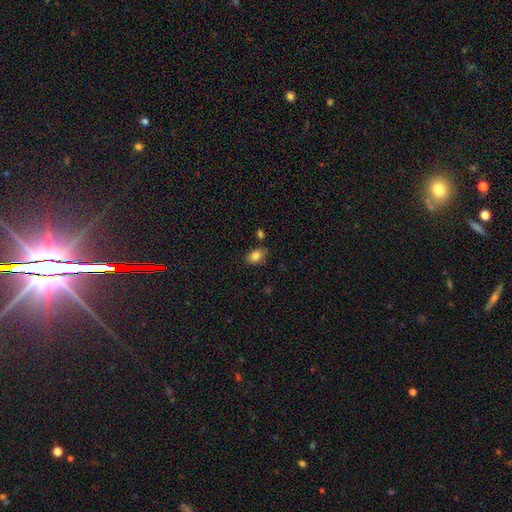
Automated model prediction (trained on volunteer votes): Q: Smooth or featured?
A: smooth (83%); runner-up: star or artifact (9%)
Q: How rounded?
A: in between (82%); runner-up: round (16%)
Q: Merging?
A: none (76%); runner-up: minor disturbance (16%)